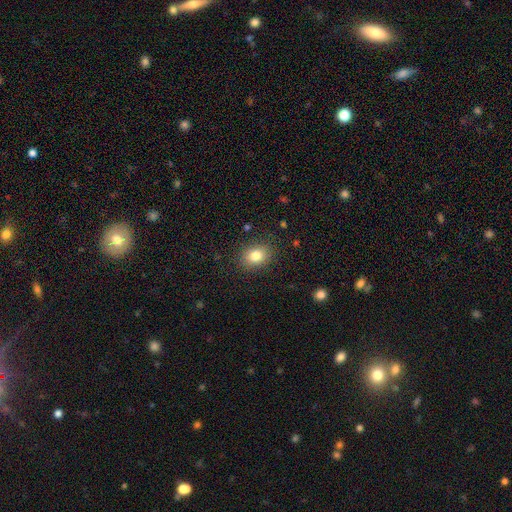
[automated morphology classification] type=smooth (81%); roundness=in between (58%); merging=none (87%).